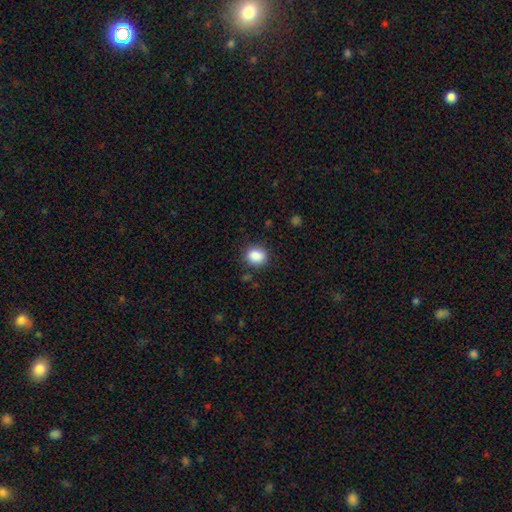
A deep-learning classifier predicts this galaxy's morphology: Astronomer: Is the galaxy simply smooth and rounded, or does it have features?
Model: smooth — 87%.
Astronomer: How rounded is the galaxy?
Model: round — 68%.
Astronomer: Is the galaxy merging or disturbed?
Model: none — 86%.